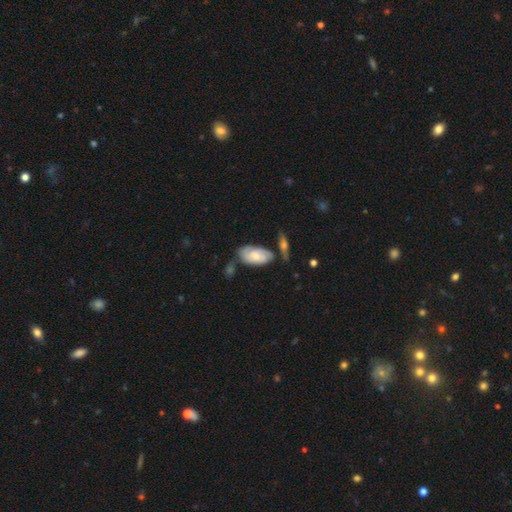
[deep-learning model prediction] Overall: featured or disk (49%; smooth 44%). Merging: none (53%; minor disturbance 25%).